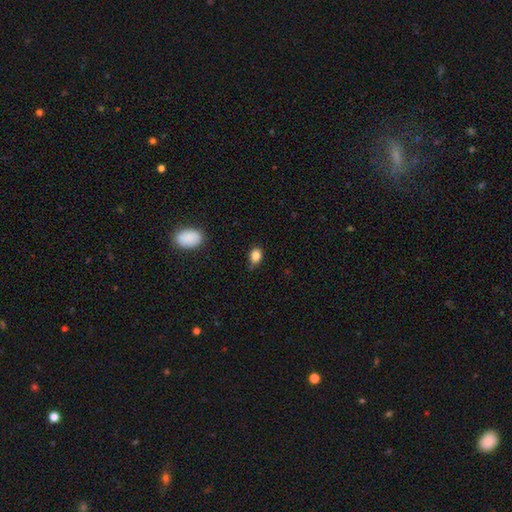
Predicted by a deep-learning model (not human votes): Morphology: type=smooth (84%); roundness=in between (54%); merging=none (63%).